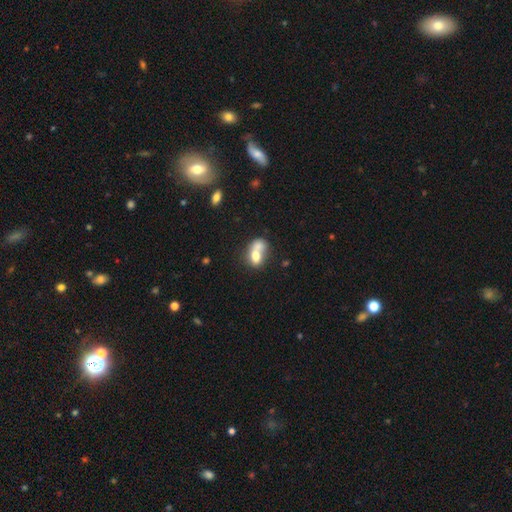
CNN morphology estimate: Q: Smooth or featured?
A: smooth (69%); runner-up: featured or disk (23%)
Q: How rounded?
A: in between (67%); runner-up: round (31%)
Q: Merging?
A: merger (65%); runner-up: none (18%)